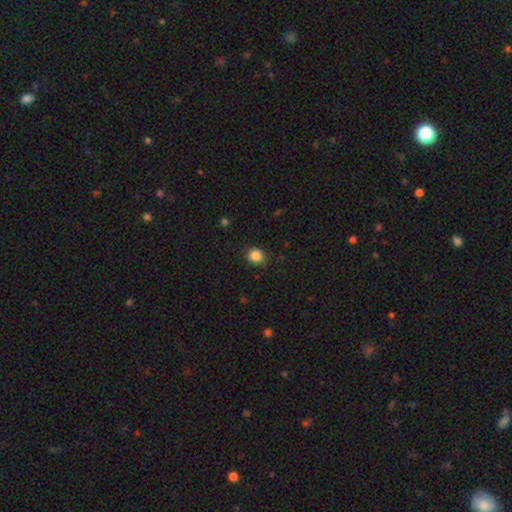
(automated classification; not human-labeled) Smooth or featured: smooth — 86% (star or artifact — 10%)
How rounded: round — 76% (in between — 23%)
Merging: none — 86% (minor disturbance — 11%)